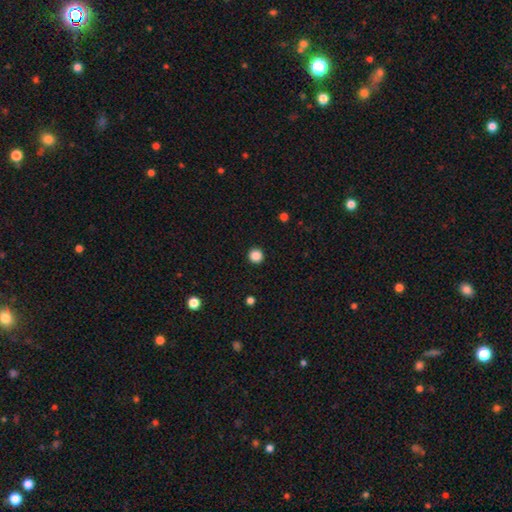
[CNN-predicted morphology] Smooth or featured? Predicted: smooth (p=0.87). How rounded? Predicted: round (p=0.96). Merging? Predicted: none (p=0.93).